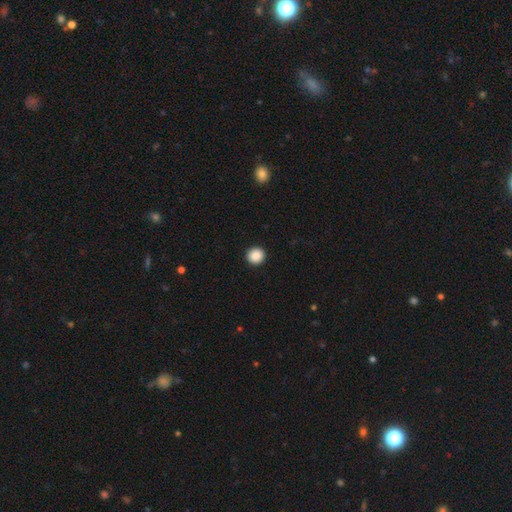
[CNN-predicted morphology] Q: Smooth or featured?
A: smooth (89%); runner-up: star or artifact (8%)
Q: How rounded?
A: round (94%); runner-up: in between (5%)
Q: Merging?
A: none (93%); runner-up: minor disturbance (4%)